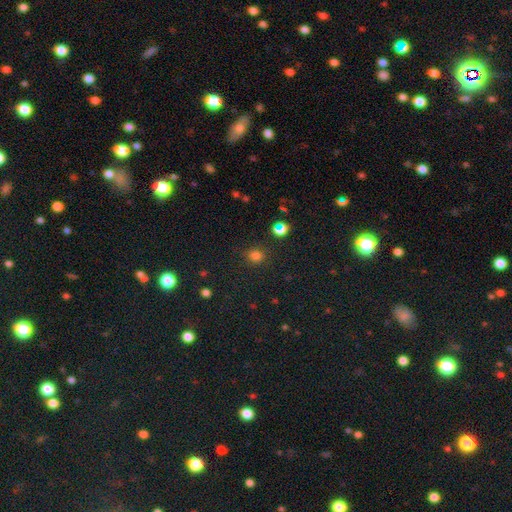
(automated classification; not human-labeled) Smooth or featured?
  - smooth: 73% *
  - star or artifact: 21%
  - featured or disk: 5%
How rounded?
  - round: 81% *
  - in between: 18%
  - cigar-shaped: 1%
Merging?
  - none: 84% *
  - minor disturbance: 10%
  - major disturbance: 4%
  - merger: 3%